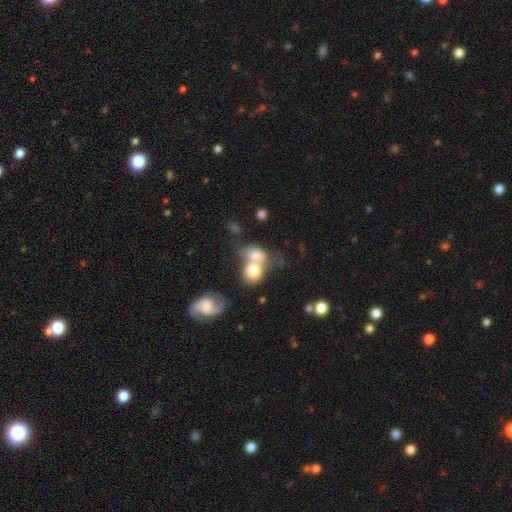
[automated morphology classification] type=smooth (69%); roundness=in between (54%); merging=merger (71%).